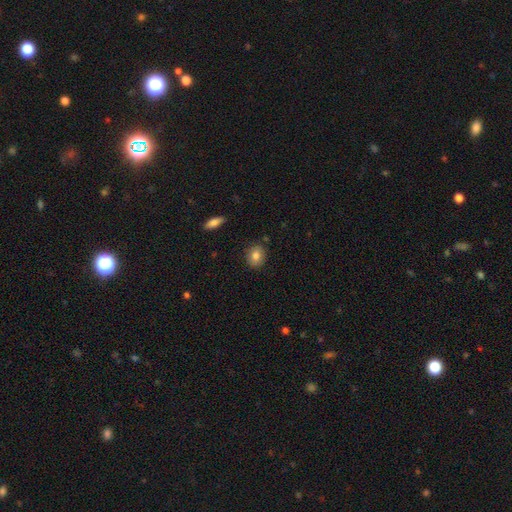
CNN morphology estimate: A smooth galaxy with no disk features (82%) that is round (54%). Merging: none (86%).